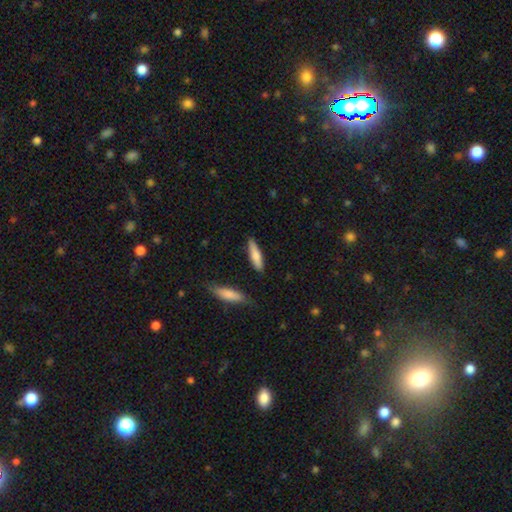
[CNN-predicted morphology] Smooth or featured: smooth — 76% (featured or disk — 19%)
How rounded: cigar-shaped — 72% (in between — 26%)
Merging: none — 83% (minor disturbance — 12%)